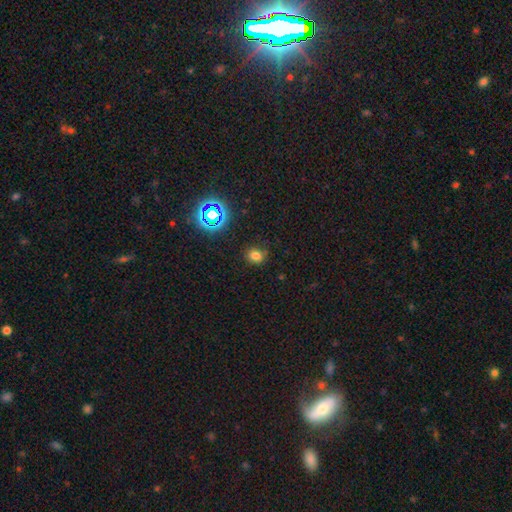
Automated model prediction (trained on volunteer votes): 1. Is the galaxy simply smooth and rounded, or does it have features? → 72% smooth, 21% star or artifact, 7% featured or disk.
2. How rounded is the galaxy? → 69% round, 30% in between, 1% cigar-shaped.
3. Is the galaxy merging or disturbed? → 80% none, 14% minor disturbance, 4% major disturbance, 2% merger.